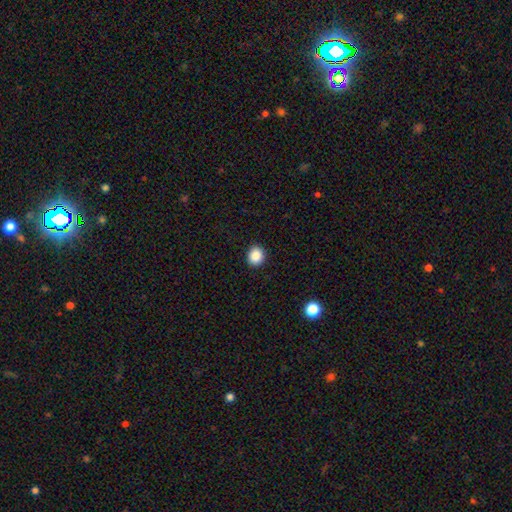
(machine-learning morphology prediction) smooth-or-featured: smooth: 87% | star or artifact: 9% | featured or disk: 4%
  how-rounded: round: 78% | in between: 21% | cigar-shaped: 1%
  merging: none: 92% | minor disturbance: 5% | major disturbance: 2% | merger: 1%